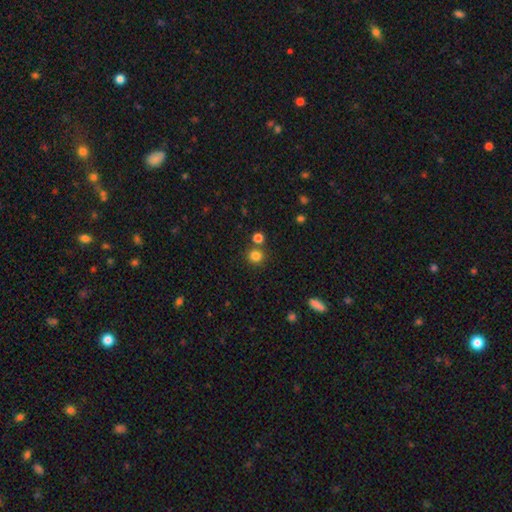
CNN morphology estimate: Smooth or featured? smooth (82%)
How rounded? round (91%)
Merging? none (78%)